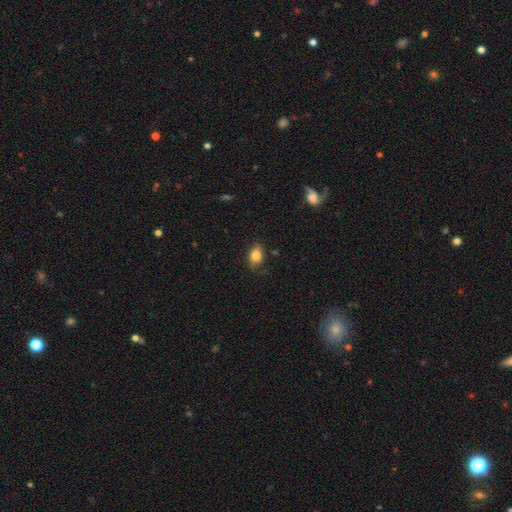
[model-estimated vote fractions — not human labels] The model was most divided on "merging": none: 79%, minor disturbance: 17%, major disturbance: 3%, merger: 1%. More confident: how rounded — in between (83%); smooth or featured — smooth (81%).